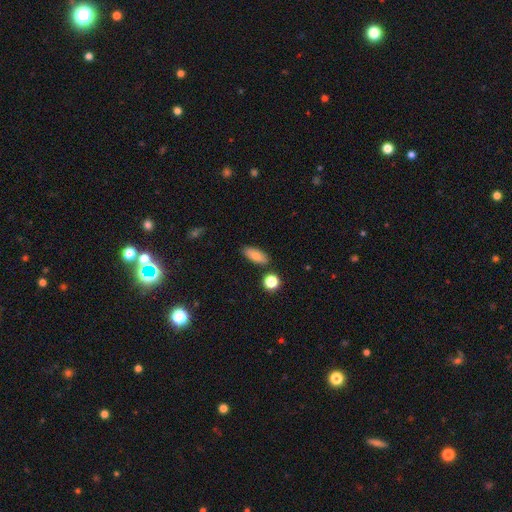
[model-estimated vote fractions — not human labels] The model was most divided on "how rounded": in between: 80%, cigar-shaped: 16%, round: 4%. More confident: merging — none (84%); smooth or featured — smooth (81%).